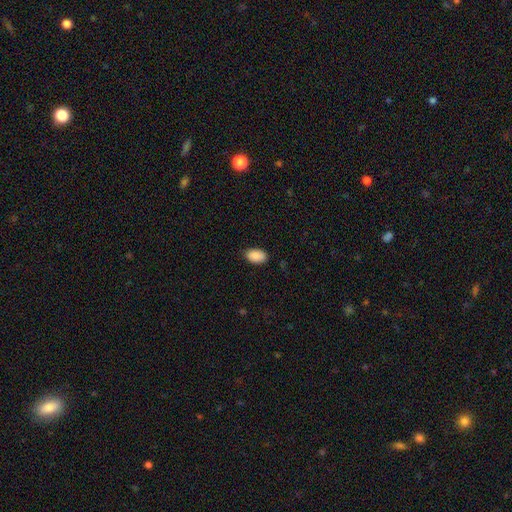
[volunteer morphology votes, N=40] Q: Smooth or featured?
A: smooth (95%); runner-up: featured or disk (2%)
Q: How rounded?
A: in between (92%); runner-up: round (8%)
Q: Merging?
A: none (92%); runner-up: minor disturbance (8%)